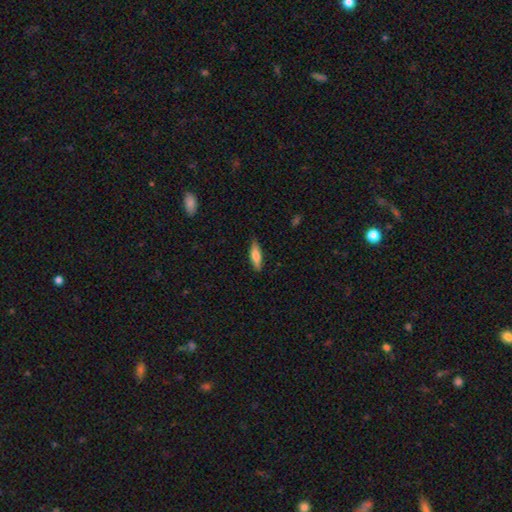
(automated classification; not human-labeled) The model was most divided on "how rounded": cigar-shaped: 54%, in between: 44%, round: 2%. More confident: merging — none (84%); smooth or featured — smooth (69%).